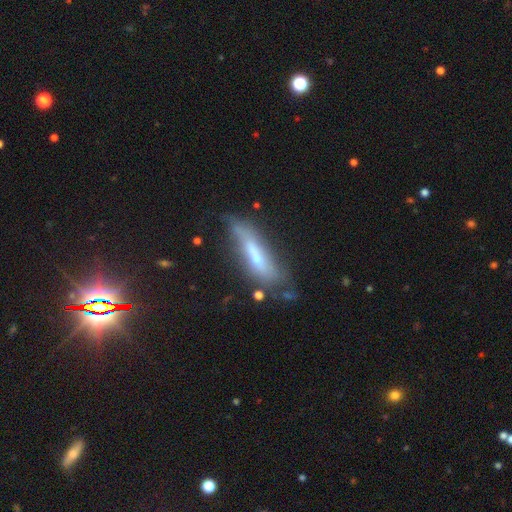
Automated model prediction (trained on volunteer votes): smooth_or_featured: featured or disk (p=0.52) [alt: smooth p=0.40]
disk_edge_on: yes (p=0.57) [alt: no p=0.43]
merging: none (p=0.47) [alt: minor disturbance p=0.27]